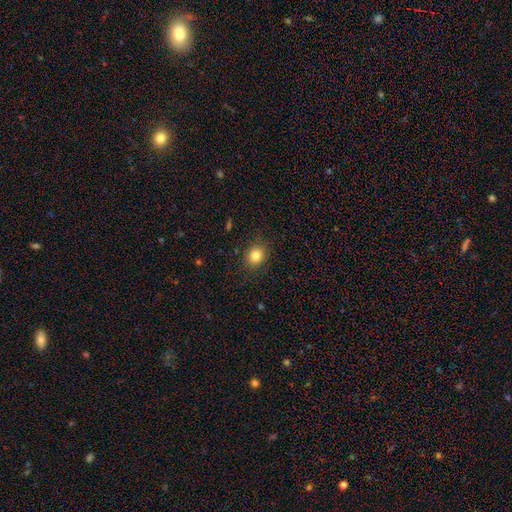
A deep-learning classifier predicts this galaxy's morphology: A smooth galaxy with no disk features (82%) that is round (70%).

Vote fractions:
- Smooth or featured? smooth: 82% / star or artifact: 11% / featured or disk: 7%
- How rounded? round: 70% / in between: 29% / cigar-shaped: 1%
- Merging? none: 86% / minor disturbance: 10% / major disturbance: 3% / merger: 1%